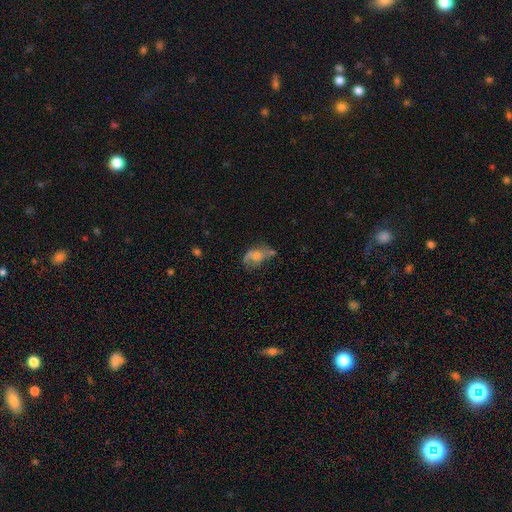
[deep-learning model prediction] A featured or disk galaxy (52%).

Vote fractions:
- Smooth or featured? featured or disk: 52% / smooth: 37% / star or artifact: 11%
- Edge-on disk? no: 95% / yes: 5%
- Merging? none: 36% / major disturbance: 27% / minor disturbance: 27% / merger: 10%